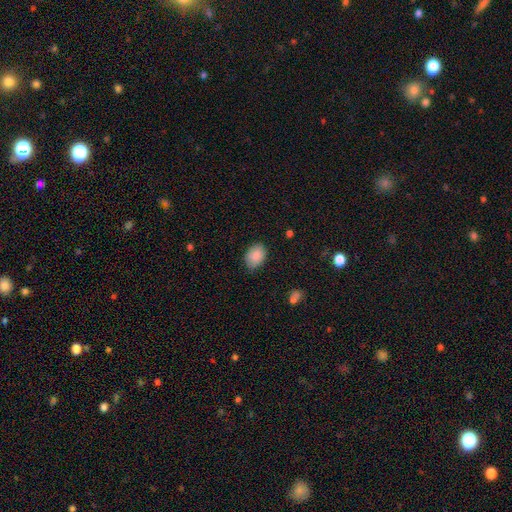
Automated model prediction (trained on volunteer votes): Smooth or featured: smooth — 88% (star or artifact — 7%)
How rounded: in between — 81% (round — 18%)
Merging: none — 79% (minor disturbance — 17%)